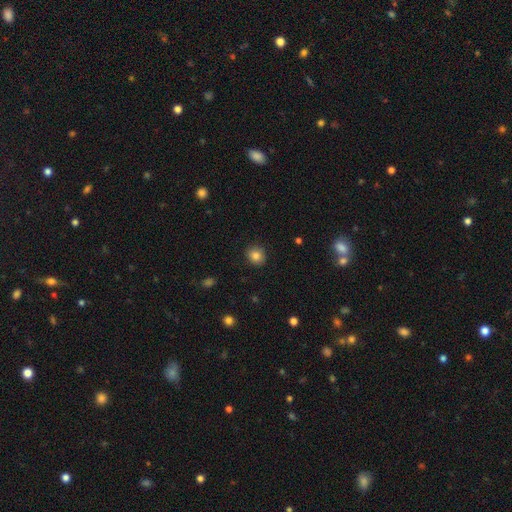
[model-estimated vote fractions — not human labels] smooth_or_featured: smooth (p=0.84) [alt: star or artifact p=0.10]
how_rounded: round (p=0.79) [alt: in between p=0.20]
merging: none (p=0.89) [alt: minor disturbance p=0.08]